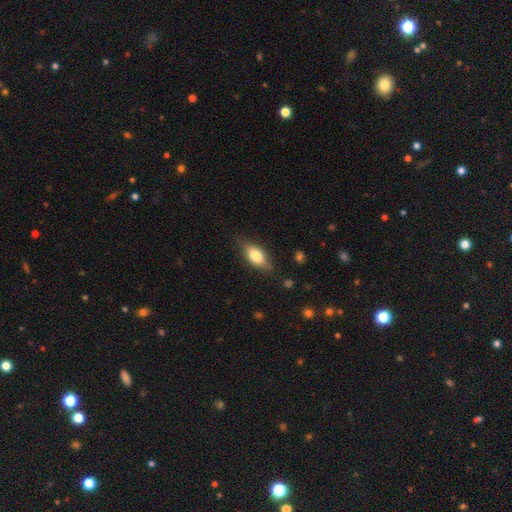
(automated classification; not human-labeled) Smooth or featured? smooth (66%)
How rounded? in between (80%)
Merging? none (77%)